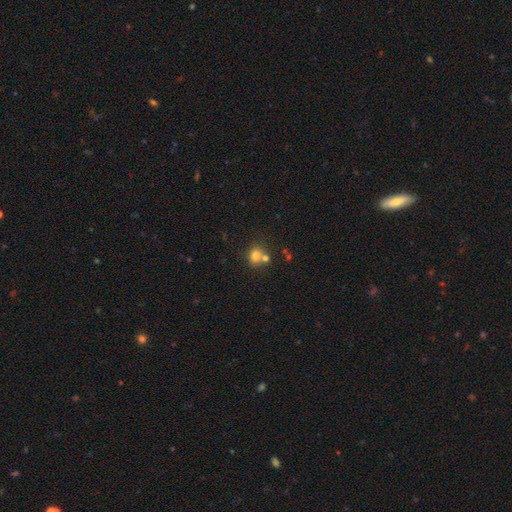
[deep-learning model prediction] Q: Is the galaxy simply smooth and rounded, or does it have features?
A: smooth — 76%.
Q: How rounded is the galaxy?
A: round — 68%.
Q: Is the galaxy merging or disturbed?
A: none — 52%.